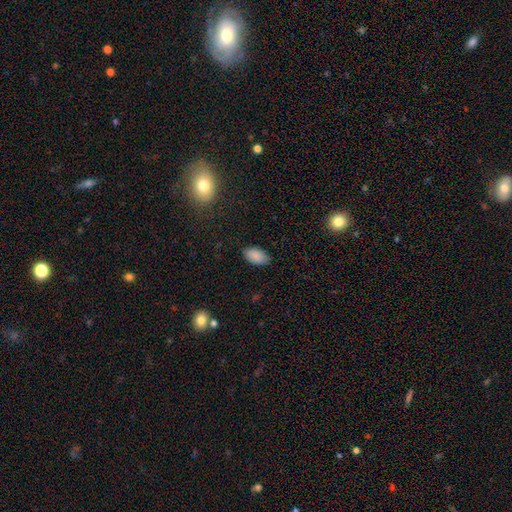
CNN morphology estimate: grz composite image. It shows a smooth galaxy with no disk features (88%) that is in between round and cigar-shaped (94%). Merging: none (83%).